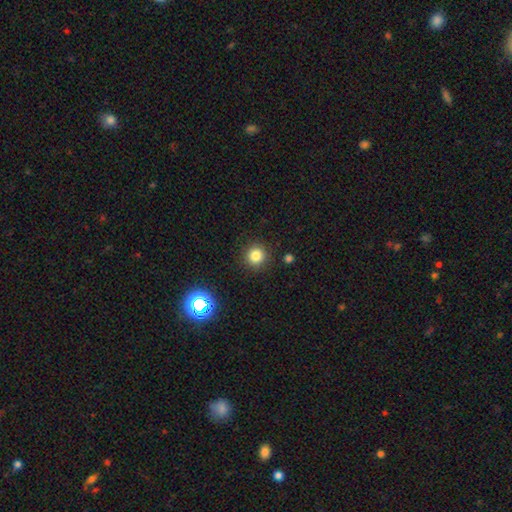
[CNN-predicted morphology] This appears to be a smooth galaxy with no disk features (80%) that is round (94%). Merging: none (90%).